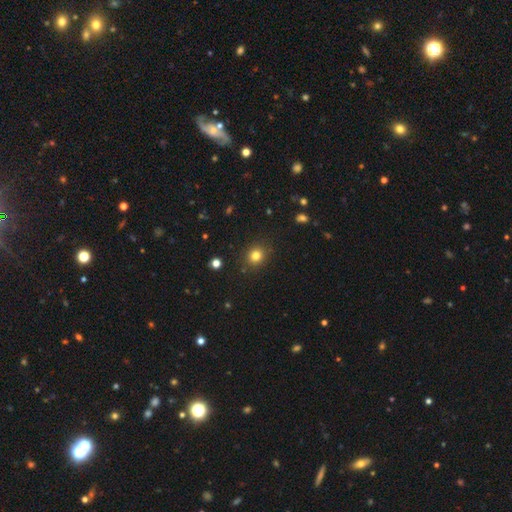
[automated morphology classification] Q: Smooth or featured?
A: smooth (80%); runner-up: star or artifact (14%)
Q: How rounded?
A: round (79%); runner-up: in between (20%)
Q: Merging?
A: none (88%); runner-up: minor disturbance (8%)